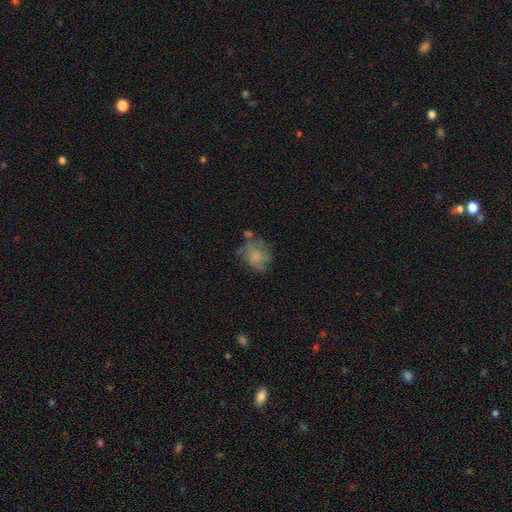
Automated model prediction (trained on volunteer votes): Overall: smooth (56%; featured or disk 34%). How rounded: in between (50%; round 48%). Merging: none (51%; minor disturbance 25%).